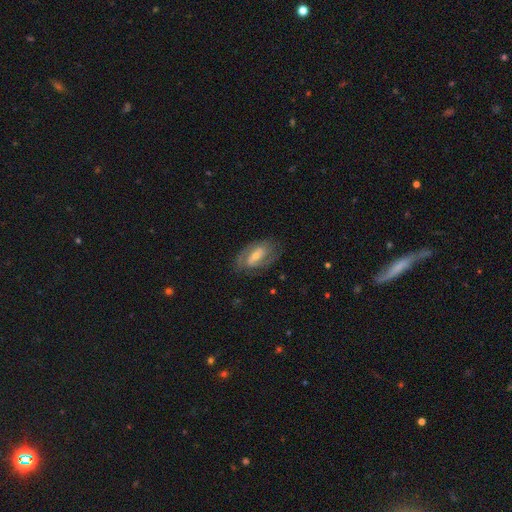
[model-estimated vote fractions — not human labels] Overall: featured or disk (71%). Edge-on disk: no (92%). Bar: weak (41%; strong 35%). Spiral arms: yes (75%). Bulge size: moderate (47%; small 46%). Merging: none (75%).